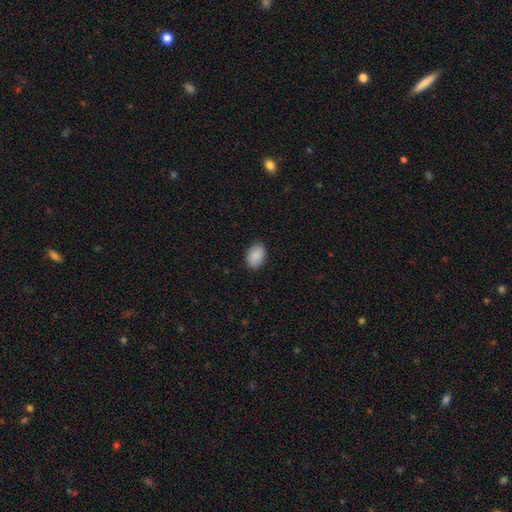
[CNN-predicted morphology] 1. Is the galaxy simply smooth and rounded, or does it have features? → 89% smooth, 7% star or artifact, 4% featured or disk.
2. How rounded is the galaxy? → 84% in between, 15% round, 1% cigar-shaped.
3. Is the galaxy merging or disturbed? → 88% none, 9% minor disturbance, 2% major disturbance, 1% merger.